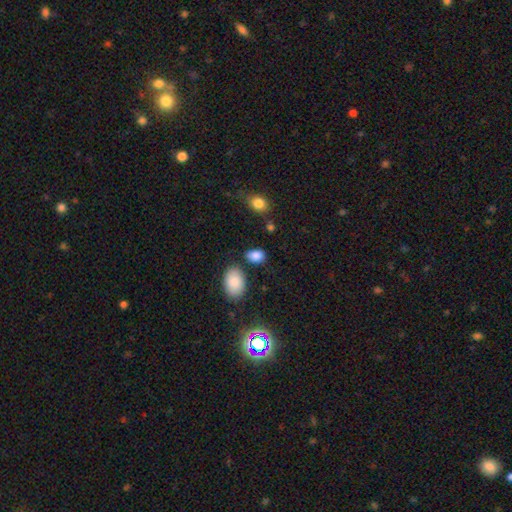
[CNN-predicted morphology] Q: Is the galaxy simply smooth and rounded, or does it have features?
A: smooth — 85%.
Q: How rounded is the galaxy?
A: in between — 84%.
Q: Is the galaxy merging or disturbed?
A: none — 72%.